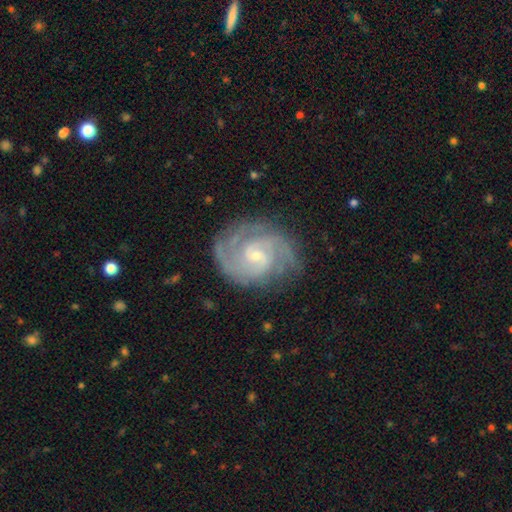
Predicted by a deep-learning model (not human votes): This appears to be a featured or disk galaxy (90%) with no bar (47%), 2 (46%) tight (57%) spiral arms (98%) and a small central bulge (73%). Merging: none (77%).